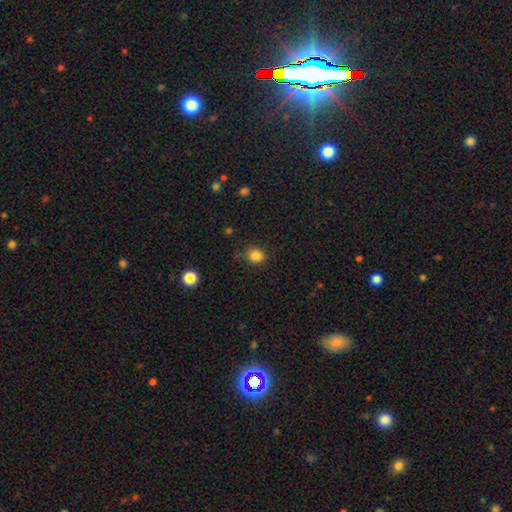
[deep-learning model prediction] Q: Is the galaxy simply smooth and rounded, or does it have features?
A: smooth — 84%.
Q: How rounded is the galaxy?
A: round — 77%.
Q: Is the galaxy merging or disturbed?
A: none — 83%.